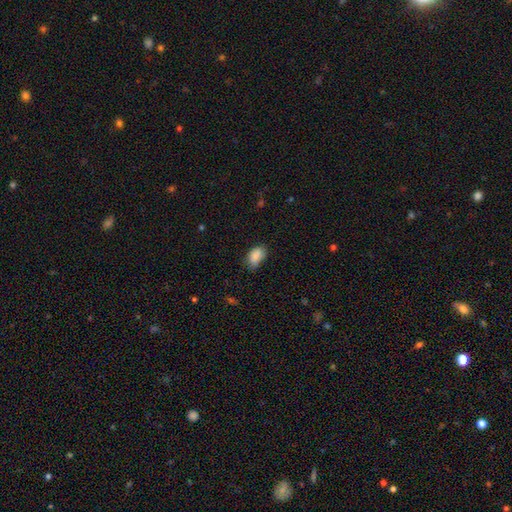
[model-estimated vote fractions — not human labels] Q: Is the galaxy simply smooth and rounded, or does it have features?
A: smooth — 87%.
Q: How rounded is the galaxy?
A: in between — 88%.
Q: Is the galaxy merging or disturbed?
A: none — 63%.